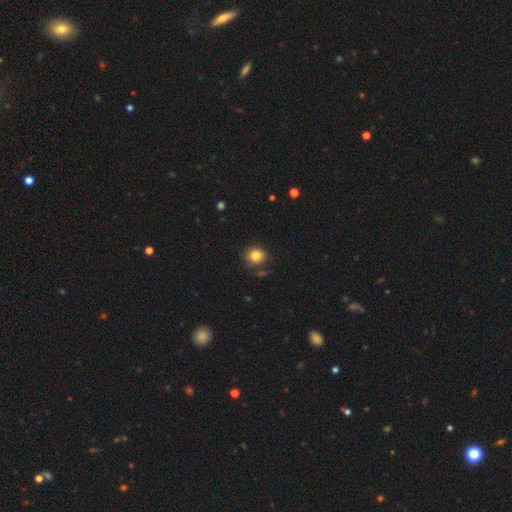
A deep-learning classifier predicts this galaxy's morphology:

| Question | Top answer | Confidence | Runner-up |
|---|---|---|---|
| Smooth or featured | smooth | 82% | star or artifact (11%) |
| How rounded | round | 79% | in between (20%) |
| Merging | none | 78% | minor disturbance (14%) |